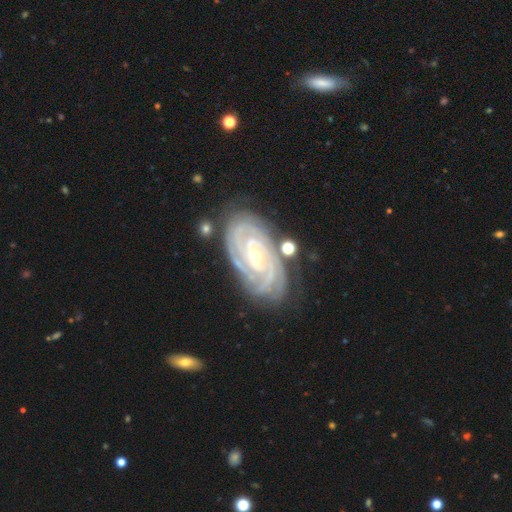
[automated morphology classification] smooth-or-featured: featured or disk: 92% | star or artifact: 4% | smooth: 3%
  disk-edge-on: no: 96% | yes: 4%
    bar: no: 51% | weak: 31% | strong: 18%
    has-spiral-arms: yes: 99% | no: 1%
      spiral-winding: tight: 85% | medium: 13% | loose: 2%
      spiral-arm-count: 3: 30% | 4: 24% | 2: 18% | can't tell: 14% | more than 4: 9% | 1: 6%
    bulge-size: small: 57% | moderate: 41% | large: 1% | none: 1% | dominant: 1%
  merging: none: 76% | minor disturbance: 16% | major disturbance: 4% | merger: 3%